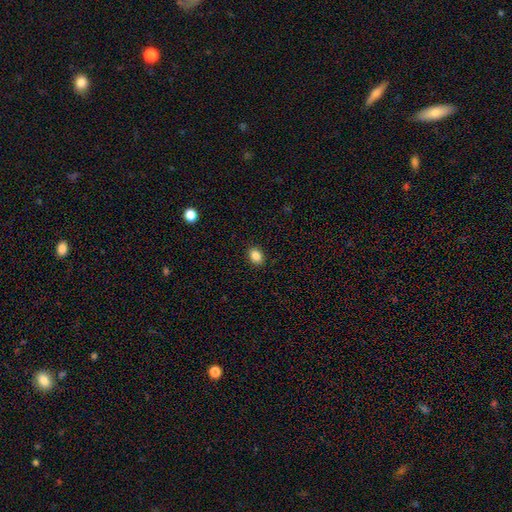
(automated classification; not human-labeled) A smooth galaxy with no disk features (86%) that is in between round and cigar-shaped (65%). Merging: none (90%).